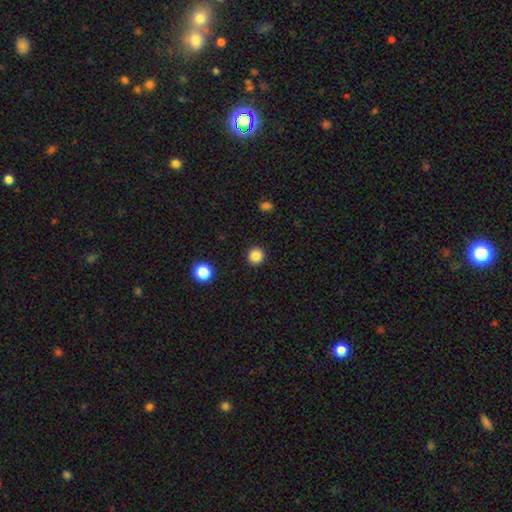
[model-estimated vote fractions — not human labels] The model was most divided on "smooth or featured": smooth: 85%, star or artifact: 12%, featured or disk: 4%. More confident: how rounded — round (95%); merging — none (93%).